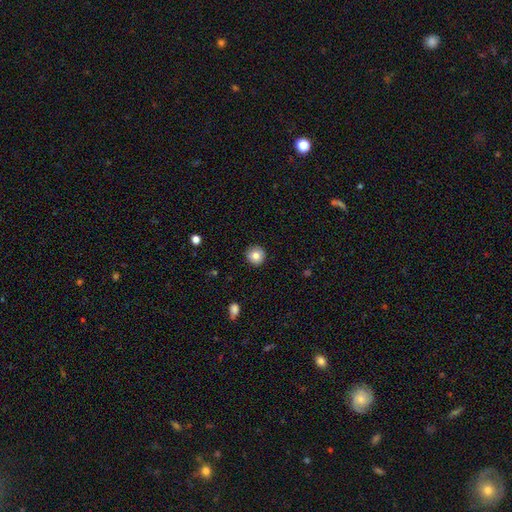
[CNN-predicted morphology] Smooth or featured? smooth (82%)
How rounded? round (95%)
Merging? none (91%)